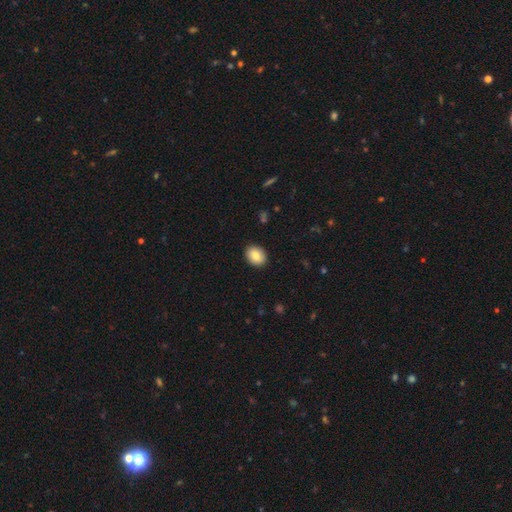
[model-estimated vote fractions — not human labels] Smooth or featured? smooth (85%)
How rounded? in between (52%)
Merging? none (90%)